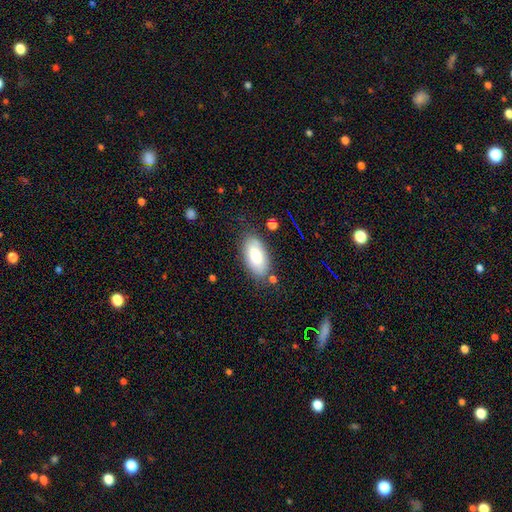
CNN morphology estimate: Smooth or featured: smooth — 77% (featured or disk — 16%)
How rounded: in between — 92% (cigar-shaped — 5%)
Merging: none — 76% (minor disturbance — 16%)